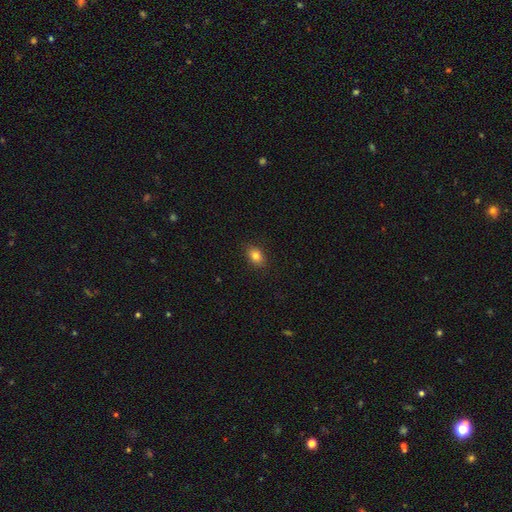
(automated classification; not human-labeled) Smooth or featured? Predicted: smooth (p=0.82). How rounded? Predicted: in between (p=0.74). Merging? Predicted: none (p=0.87).